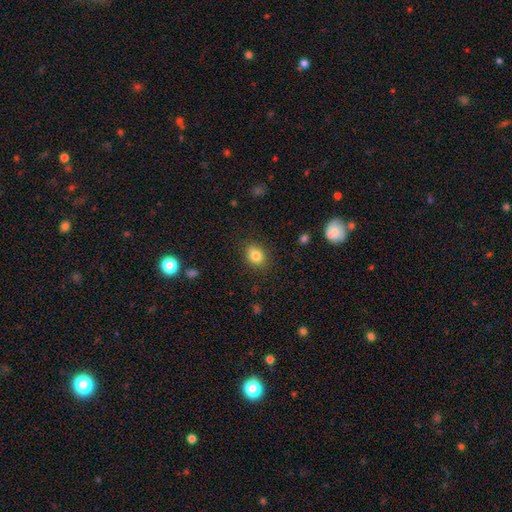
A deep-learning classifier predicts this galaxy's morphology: smooth-or-featured: smooth: 82% | star or artifact: 11% | featured or disk: 8%
  how-rounded: round: 58% | in between: 40% | cigar-shaped: 1%
  merging: none: 81% | minor disturbance: 14% | major disturbance: 3% | merger: 2%